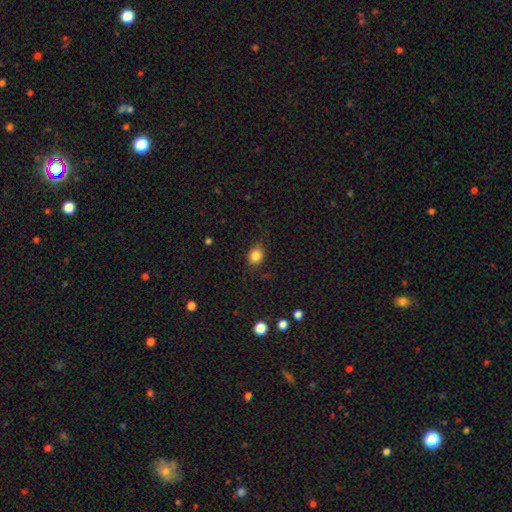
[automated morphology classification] Smooth or featured? Predicted: smooth (p=0.83). How rounded? Predicted: round (p=0.67). Merging? Predicted: none (p=0.73).